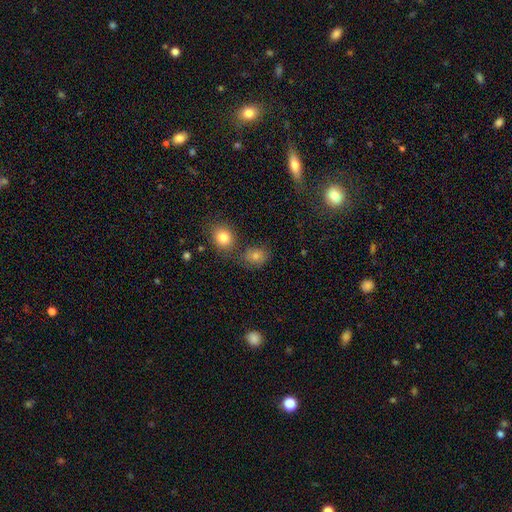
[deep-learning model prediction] Q: Smooth or featured?
A: smooth (68%); runner-up: star or artifact (18%)
Q: How rounded?
A: round (60%); runner-up: in between (39%)
Q: Merging?
A: none (69%); runner-up: minor disturbance (14%)